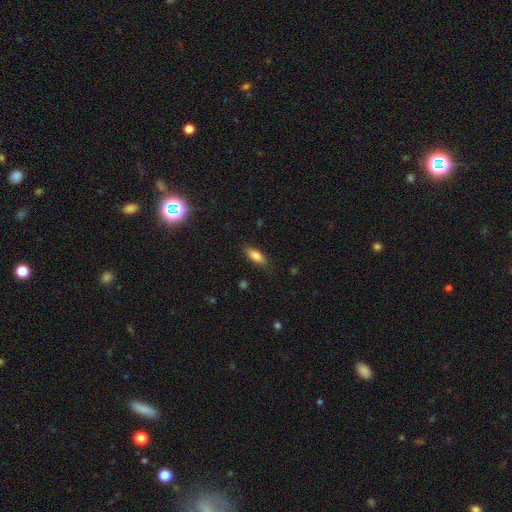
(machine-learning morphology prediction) A smooth galaxy with no disk features (81%) that is in between round and cigar-shaped (69%).

Vote fractions:
- Smooth or featured? smooth: 81% / featured or disk: 11% / star or artifact: 8%
- How rounded? in between: 69% / cigar-shaped: 29% / round: 2%
- Merging? none: 84% / minor disturbance: 12% / major disturbance: 3% / merger: 1%